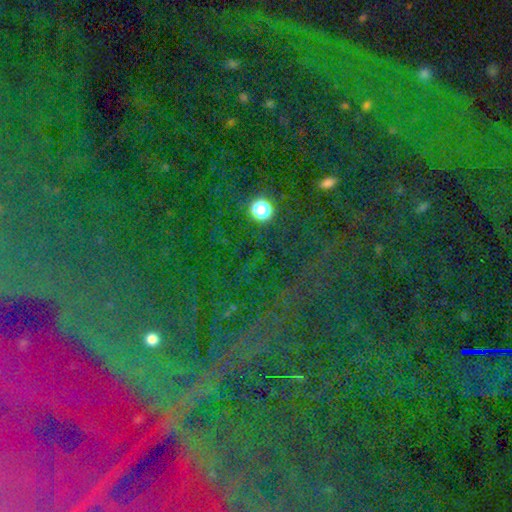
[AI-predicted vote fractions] This is likely a star or artifact rather than a galaxy (78%).